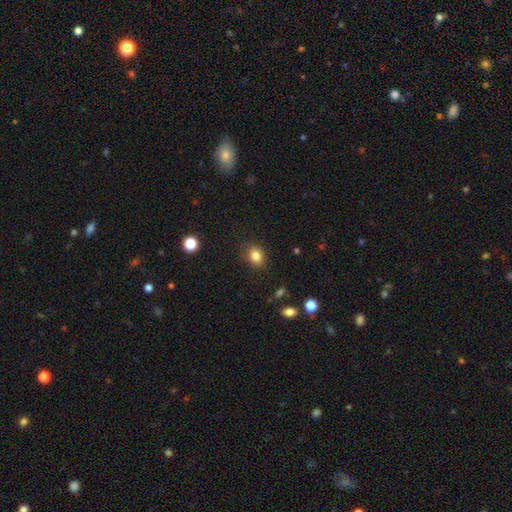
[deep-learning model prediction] Smooth or featured: smooth — 83% (star or artifact — 11%)
How rounded: round — 54% (in between — 45%)
Merging: none — 85% (minor disturbance — 11%)